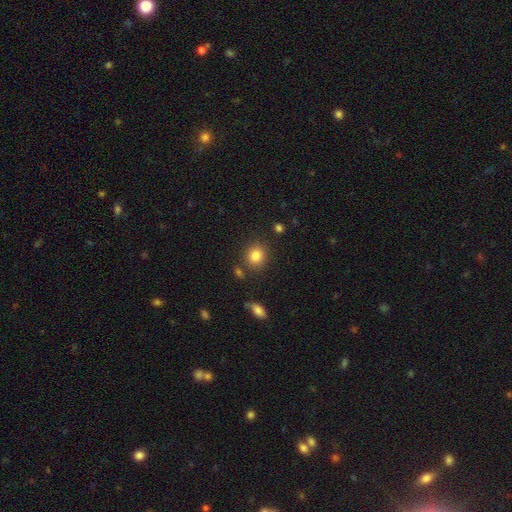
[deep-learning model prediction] Overall: smooth (85%). How rounded: round (78%). Merging: none (82%).